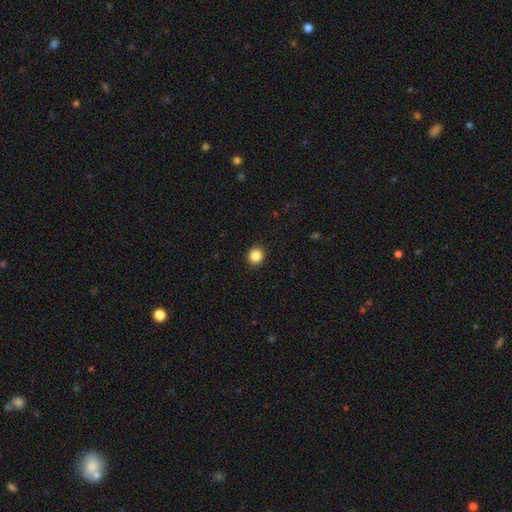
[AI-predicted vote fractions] This is clearly a smooth galaxy (86%). How rounded: clearly round (92%). Merging: clearly none (93%).